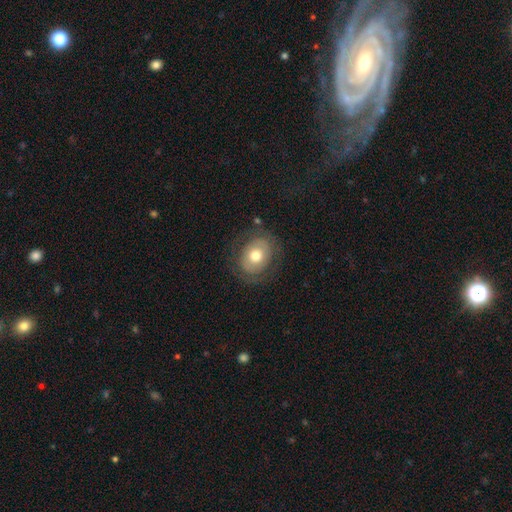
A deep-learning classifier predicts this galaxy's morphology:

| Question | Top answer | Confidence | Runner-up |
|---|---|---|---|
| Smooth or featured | smooth | 57% | featured or disk (35%) |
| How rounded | round | 52% | in between (47%) |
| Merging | none | 77% | minor disturbance (13%) |